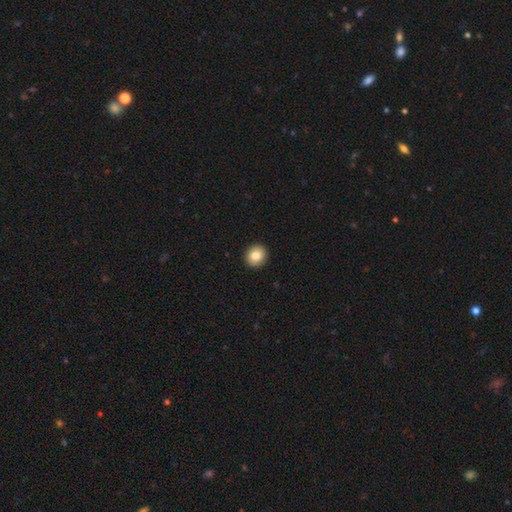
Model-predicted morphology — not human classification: type=smooth (84%); roundness=round (83%); merging=none (93%).